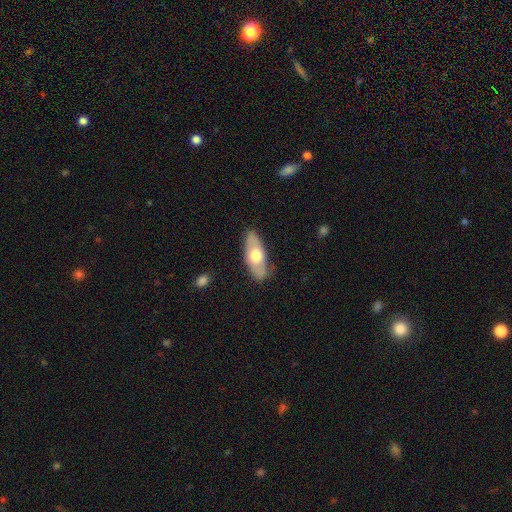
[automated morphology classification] smooth_or_featured: smooth (p=0.54) [alt: featured or disk p=0.41]
how_rounded: in between (p=0.81) [alt: cigar-shaped p=0.15]
merging: none (p=0.82) [alt: minor disturbance p=0.14]